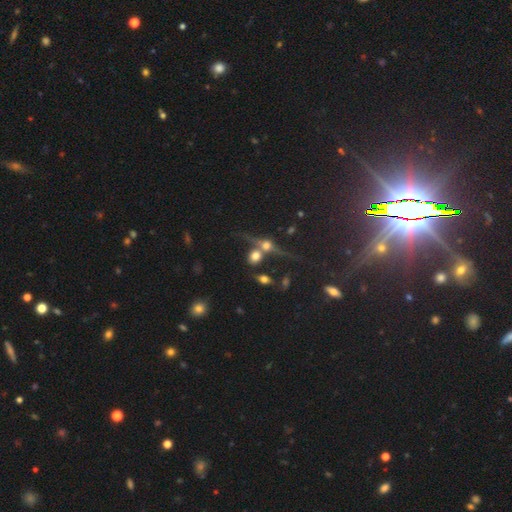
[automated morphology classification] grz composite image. It shows a smooth galaxy with no disk features (51%) that is round (66%). Merging: merger (42%).